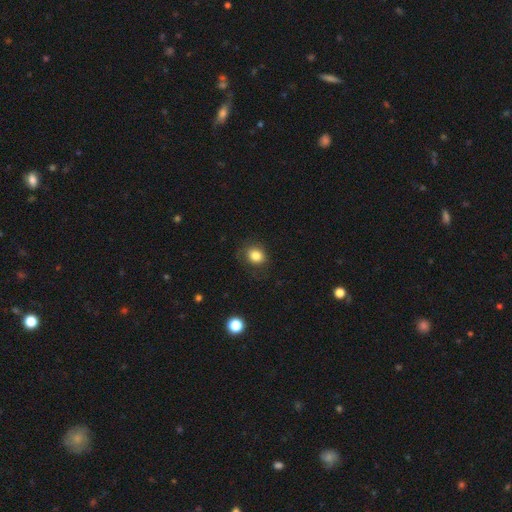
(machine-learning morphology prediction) Smooth or featured? Predicted: smooth (p=0.83). How rounded? Predicted: round (p=0.66). Merging? Predicted: none (p=0.77).